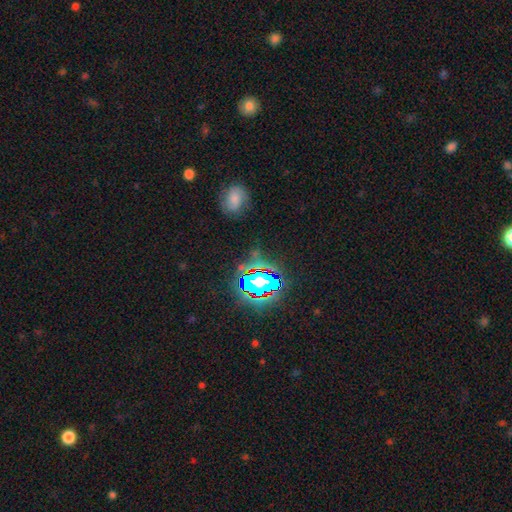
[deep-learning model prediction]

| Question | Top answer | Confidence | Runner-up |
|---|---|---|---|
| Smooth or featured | star or artifact | 69% | smooth (18%) |